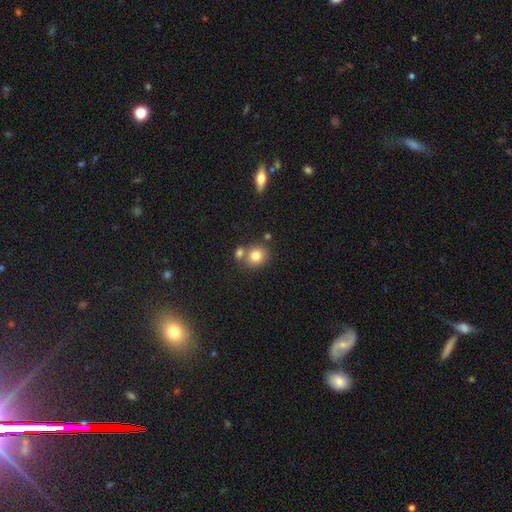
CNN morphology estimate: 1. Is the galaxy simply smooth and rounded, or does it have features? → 80% smooth, 11% star or artifact, 9% featured or disk.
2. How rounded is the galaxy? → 77% round, 22% in between, 1% cigar-shaped.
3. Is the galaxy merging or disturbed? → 59% none, 29% merger, 9% minor disturbance, 3% major disturbance.